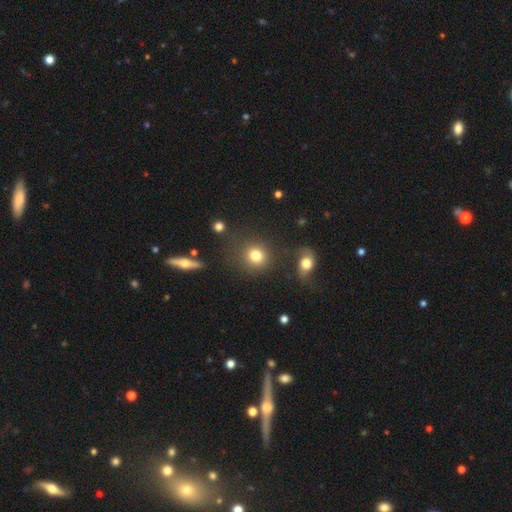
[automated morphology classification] The model was most divided on "merging": none: 75%, minor disturbance: 11%, merger: 8%, major disturbance: 6%. More confident: how rounded — round (84%); smooth or featured — smooth (79%).